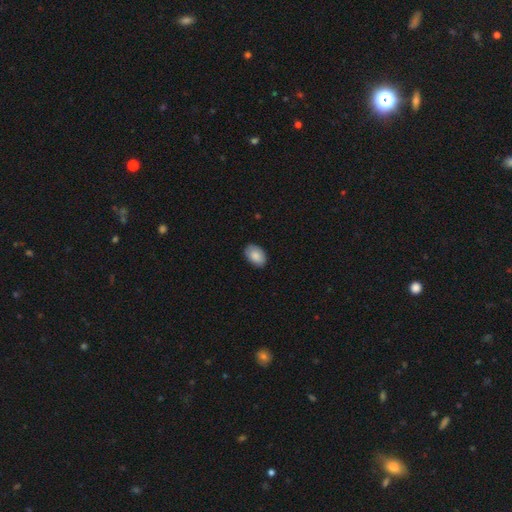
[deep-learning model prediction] Smooth or featured?
  - smooth: 86% *
  - featured or disk: 7%
  - star or artifact: 6%
How rounded?
  - in between: 91% *
  - round: 8%
  - cigar-shaped: 1%
Merging?
  - none: 86% *
  - minor disturbance: 11%
  - major disturbance: 2%
  - merger: 1%